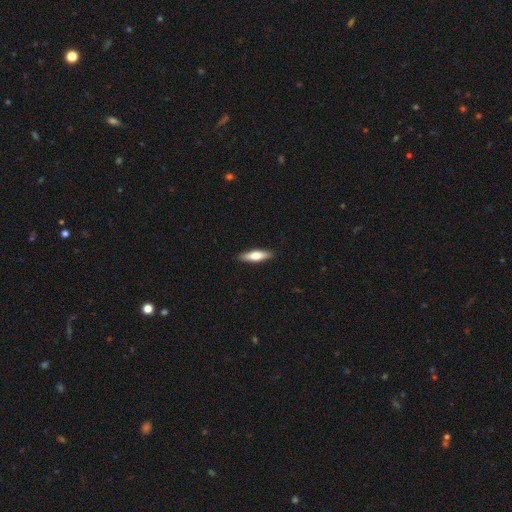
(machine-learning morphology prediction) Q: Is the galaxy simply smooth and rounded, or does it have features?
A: smooth — 61%.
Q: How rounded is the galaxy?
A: cigar-shaped — 61%.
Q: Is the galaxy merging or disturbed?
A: none — 90%.